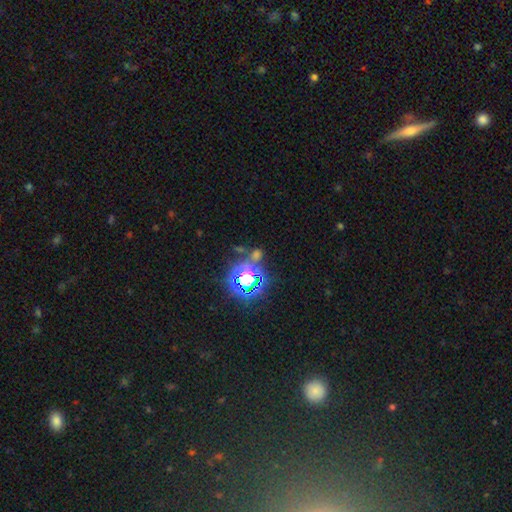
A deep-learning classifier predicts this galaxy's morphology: Smooth or featured?
  - star or artifact: 63% *
  - smooth: 29%
  - featured or disk: 8%